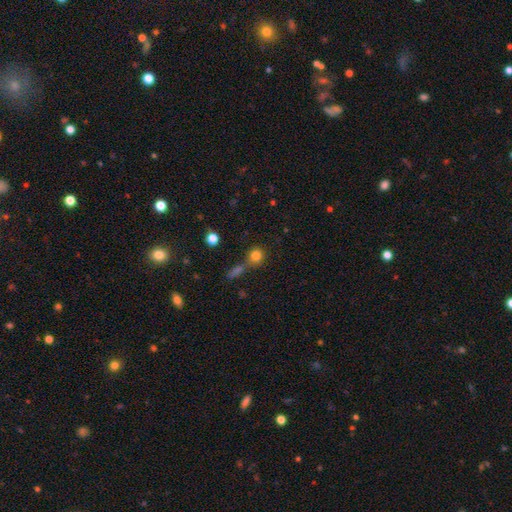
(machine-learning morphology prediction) This appears to be a smooth galaxy with no disk features (79%) that is round (85%). Merging: none (59%).